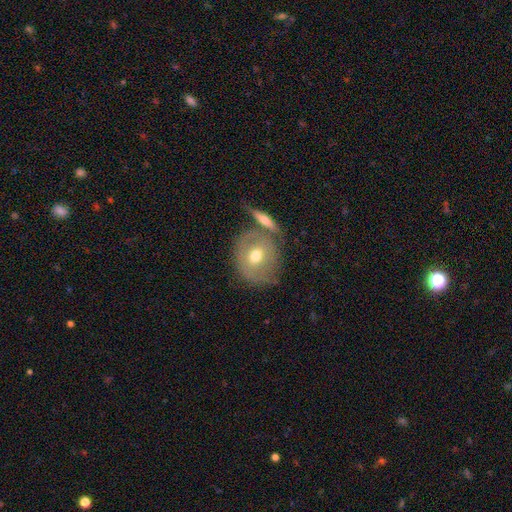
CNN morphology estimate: This is possibly a smooth galaxy (53%). How rounded: likely round (70%). Merging: possibly none (55%).